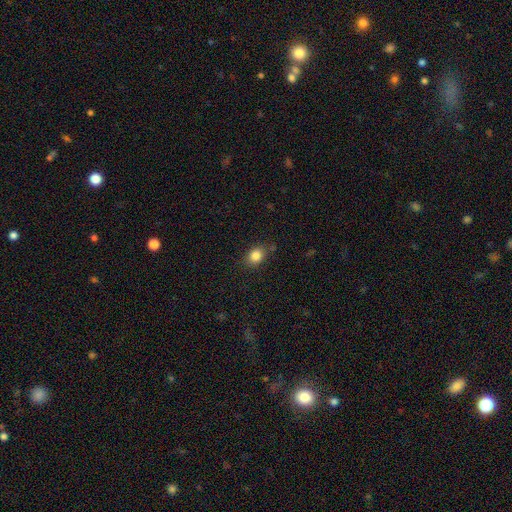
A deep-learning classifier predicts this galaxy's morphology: A smooth galaxy with no disk features (84%) that is in between round and cigar-shaped (58%).

Vote fractions:
- Smooth or featured? smooth: 84% / star or artifact: 10% / featured or disk: 6%
- How rounded? in between: 58% / round: 41% / cigar-shaped: 1%
- Merging? none: 80% / minor disturbance: 14% / major disturbance: 3% / merger: 3%